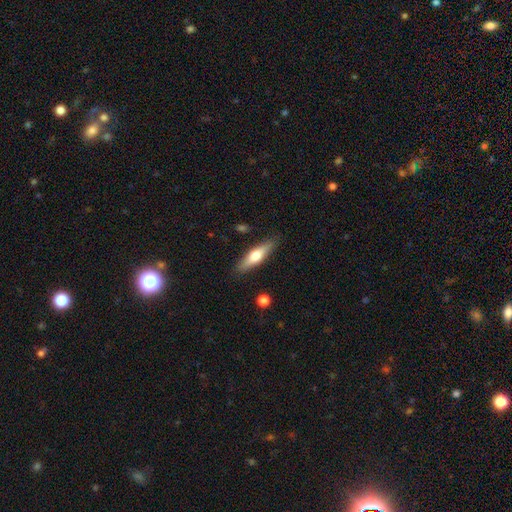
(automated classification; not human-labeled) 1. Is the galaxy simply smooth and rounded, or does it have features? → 53% smooth, 41% featured or disk, 6% star or artifact.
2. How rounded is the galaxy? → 68% cigar-shaped, 30% in between, 2% round.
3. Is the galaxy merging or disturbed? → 86% none, 10% minor disturbance, 2% major disturbance, 2% merger.